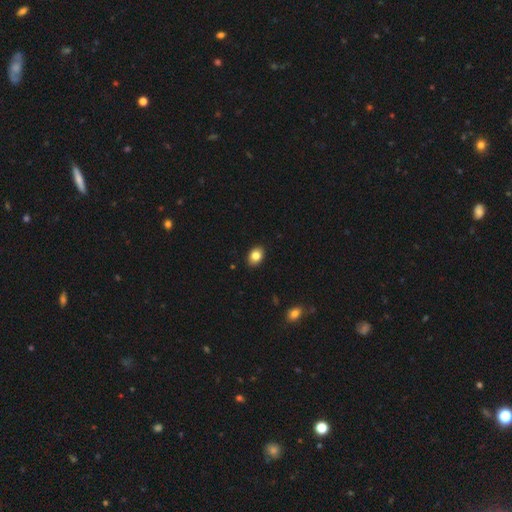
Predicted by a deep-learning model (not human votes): Morphology: type=smooth (83%); roundness=in between (71%); merging=none (89%).